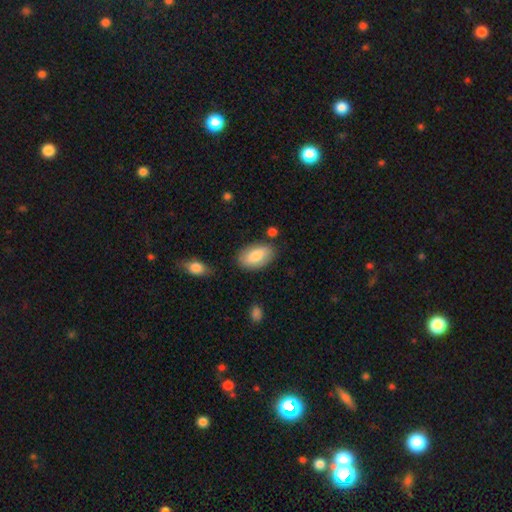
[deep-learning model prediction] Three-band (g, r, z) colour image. It shows a smooth galaxy with no disk features (78%) that is in between round and cigar-shaped (93%). Merging: none (78%).